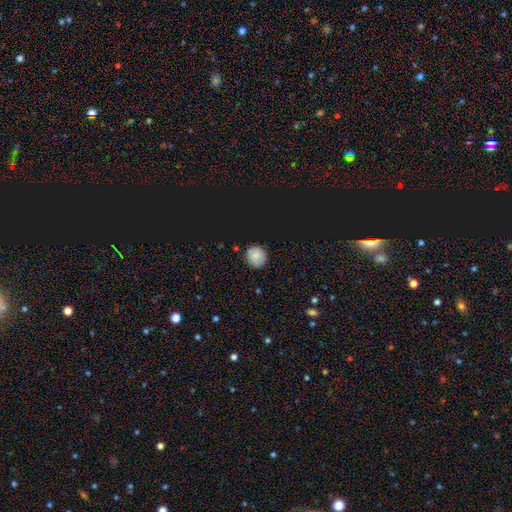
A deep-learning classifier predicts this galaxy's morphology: smooth_or_featured: smooth (p=0.72) [alt: star or artifact p=0.19]
how_rounded: round (p=0.90) [alt: in between p=0.09]
merging: none (p=0.85) [alt: minor disturbance p=0.11]